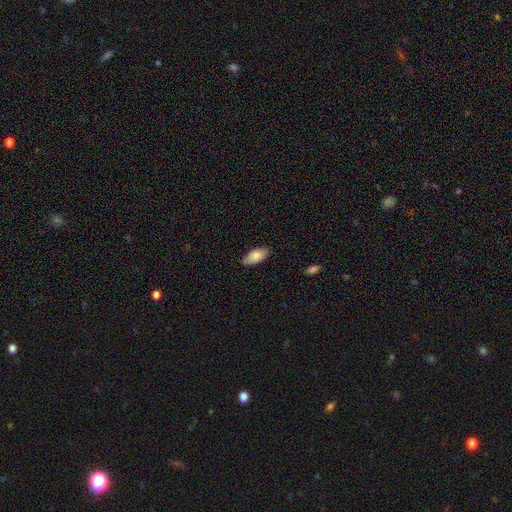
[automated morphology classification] A smooth galaxy with no disk features (81%) that is in between round and cigar-shaped (90%).

Vote fractions:
- Smooth or featured? smooth: 81% / featured or disk: 13% / star or artifact: 6%
- How rounded? in between: 90% / cigar-shaped: 8% / round: 2%
- Merging? none: 80% / minor disturbance: 17% / major disturbance: 2% / merger: 1%